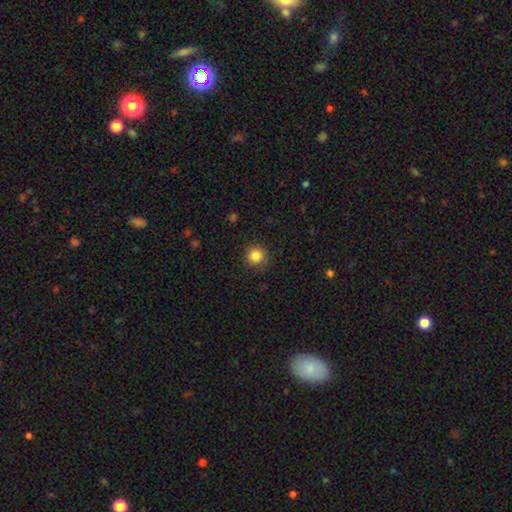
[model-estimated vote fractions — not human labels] smooth_or_featured: smooth (p=0.85) [alt: star or artifact p=0.11]
how_rounded: round (p=0.94) [alt: in between p=0.05]
merging: none (p=0.89) [alt: minor disturbance p=0.07]